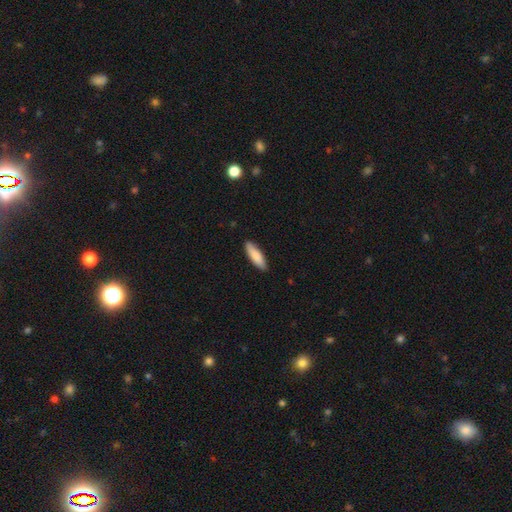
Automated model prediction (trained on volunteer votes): Overall: smooth (84%). How rounded: cigar-shaped (58%; in between 41%). Merging: none (87%).